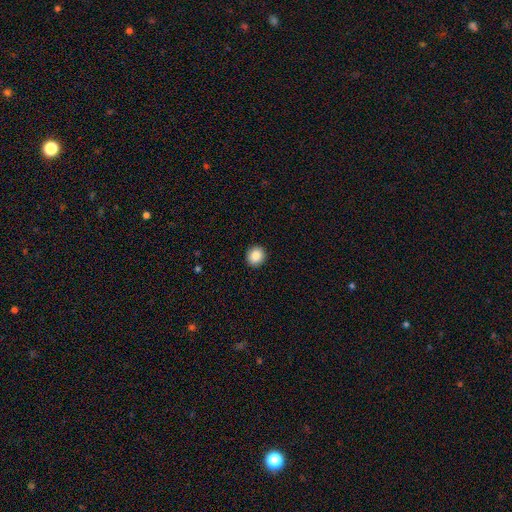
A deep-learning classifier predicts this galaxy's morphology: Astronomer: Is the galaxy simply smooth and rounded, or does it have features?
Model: smooth — 87%.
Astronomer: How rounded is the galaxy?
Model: round — 88%.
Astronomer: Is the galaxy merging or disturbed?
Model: none — 92%.